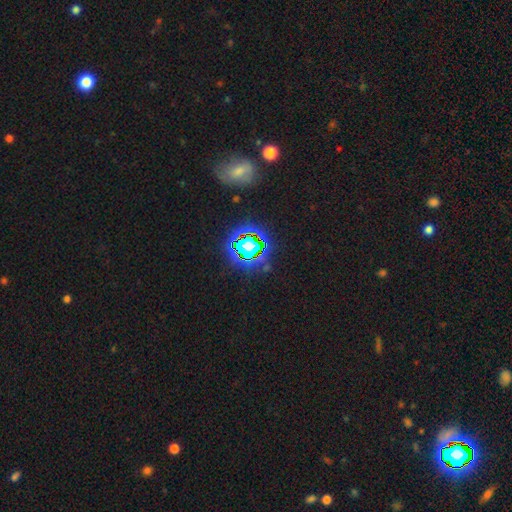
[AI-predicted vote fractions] Morphology: type=star or artifact (78%).